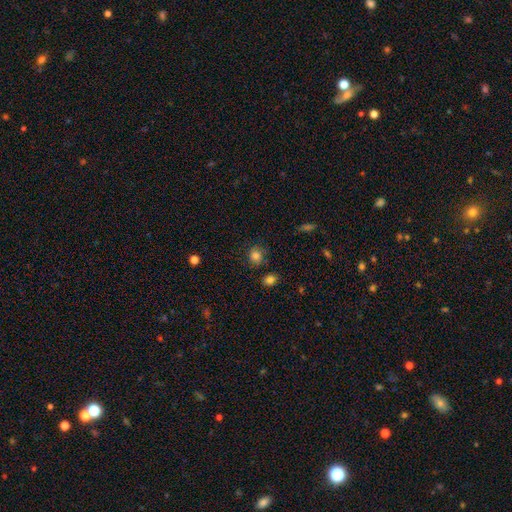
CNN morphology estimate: Smooth or featured? smooth (80%)
How rounded? round (77%)
Merging? none (77%)